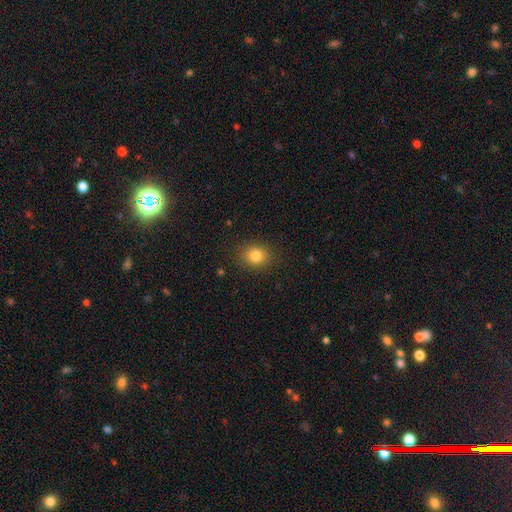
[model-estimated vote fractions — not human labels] smooth-or-featured: smooth: 82% | star or artifact: 12% | featured or disk: 6%
  how-rounded: round: 64% | in between: 35% | cigar-shaped: 1%
  merging: none: 88% | minor disturbance: 8% | major disturbance: 3% | merger: 1%